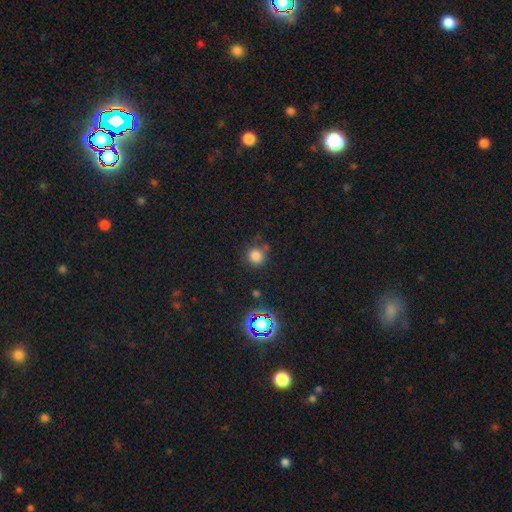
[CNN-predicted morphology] Smooth or featured?
  - smooth: 77% *
  - star or artifact: 18%
  - featured or disk: 5%
How rounded?
  - round: 93% *
  - in between: 6%
  - cigar-shaped: 1%
Merging?
  - none: 79% *
  - minor disturbance: 12%
  - merger: 5%
  - major disturbance: 4%